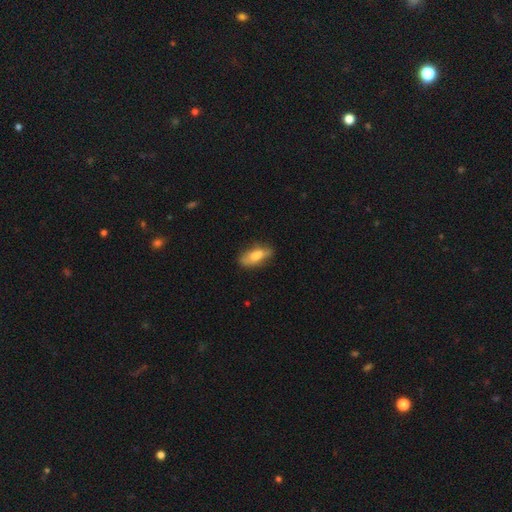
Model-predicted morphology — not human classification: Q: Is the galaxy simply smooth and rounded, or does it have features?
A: smooth — 68%.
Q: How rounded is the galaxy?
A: in between — 73%.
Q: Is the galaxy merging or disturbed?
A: none — 67%.